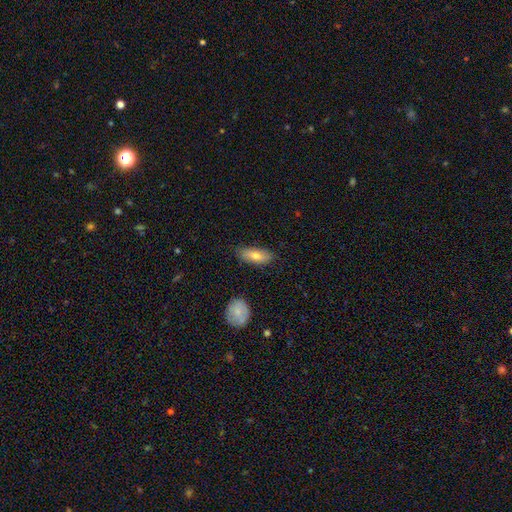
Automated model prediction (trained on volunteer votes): A smooth galaxy with no disk features (71%) that is in between round and cigar-shaped (76%).

Vote fractions:
- Smooth or featured? smooth: 71% / featured or disk: 23% / star or artifact: 7%
- How rounded? in between: 76% / cigar-shaped: 21% / round: 3%
- Merging? none: 80% / minor disturbance: 16% / major disturbance: 3% / merger: 2%